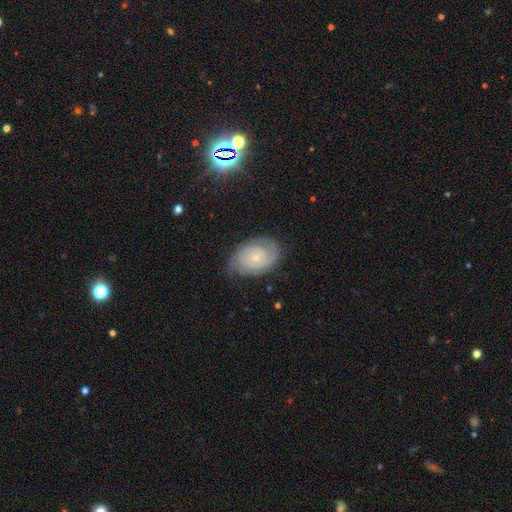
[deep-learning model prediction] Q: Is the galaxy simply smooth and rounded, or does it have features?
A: featured or disk — 84%.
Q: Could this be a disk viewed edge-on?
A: no — 97%.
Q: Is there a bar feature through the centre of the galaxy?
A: no — 71%.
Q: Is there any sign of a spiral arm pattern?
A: yes — 96%.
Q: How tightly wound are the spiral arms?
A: tight — 73%.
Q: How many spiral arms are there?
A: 2 — 61%.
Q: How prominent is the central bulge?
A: small — 73%.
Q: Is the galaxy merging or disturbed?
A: none — 75%.